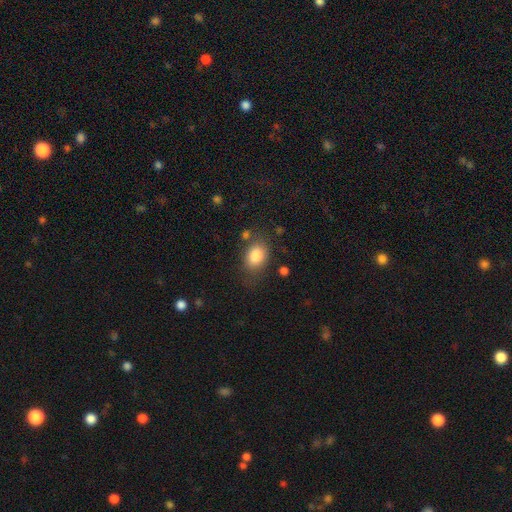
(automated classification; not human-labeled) This is clearly a smooth galaxy (84%). How rounded: likely in between (74%). Merging: likely none (71%).